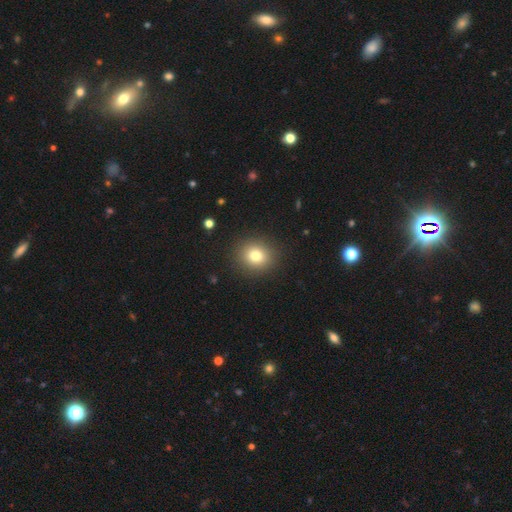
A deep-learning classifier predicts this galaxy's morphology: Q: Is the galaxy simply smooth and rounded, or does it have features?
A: smooth — 79%.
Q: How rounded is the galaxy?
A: round — 81%.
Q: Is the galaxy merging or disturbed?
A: none — 90%.